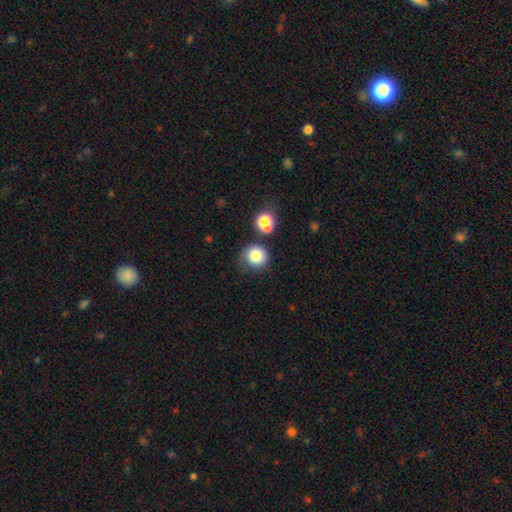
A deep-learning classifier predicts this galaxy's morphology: Smooth or featured? smooth (81%)
How rounded? round (87%)
Merging? none (67%)